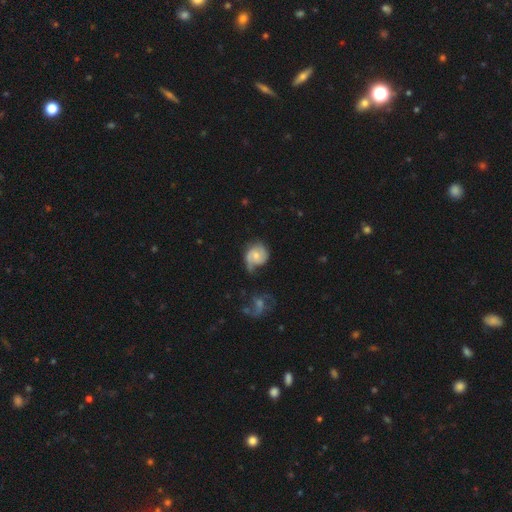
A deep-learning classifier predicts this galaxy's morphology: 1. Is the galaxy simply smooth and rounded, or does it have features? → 64% featured or disk, 29% smooth, 7% star or artifact.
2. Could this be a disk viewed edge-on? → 98% no, 2% yes.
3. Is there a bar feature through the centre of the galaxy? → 60% no, 34% weak, 6% strong.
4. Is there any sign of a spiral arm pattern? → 90% yes, 10% no.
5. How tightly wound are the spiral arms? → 43% medium, 35% tight, 22% loose.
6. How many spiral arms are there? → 69% 2, 12% can't tell, 12% 1, 5% 3, 1% 4, 1% more than 4.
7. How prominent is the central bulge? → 49% moderate, 39% small, 7% none, 4% large, 1% dominant.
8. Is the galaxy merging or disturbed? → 50% none, 28% minor disturbance, 15% major disturbance, 7% merger.